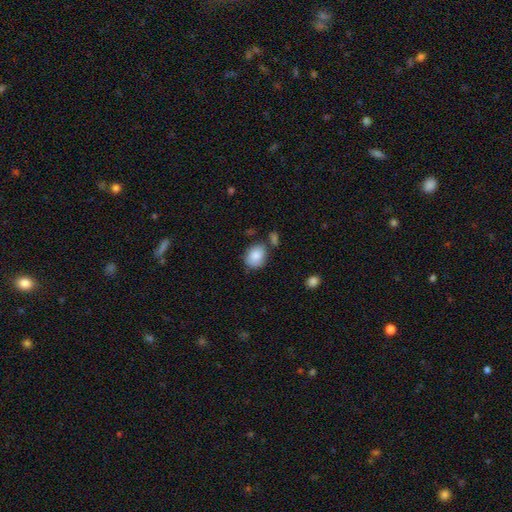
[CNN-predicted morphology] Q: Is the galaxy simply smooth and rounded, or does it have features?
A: smooth — 85%.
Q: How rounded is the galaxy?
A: in between — 56%.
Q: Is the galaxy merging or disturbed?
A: none — 66%.